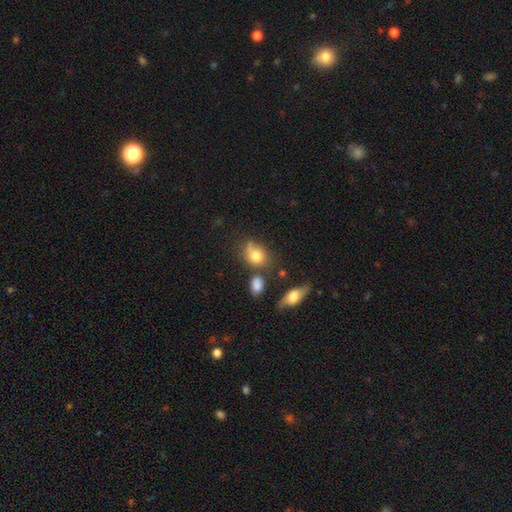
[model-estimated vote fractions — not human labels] Morphology: type=smooth (78%); roundness=in between (55%); merging=none (50%).